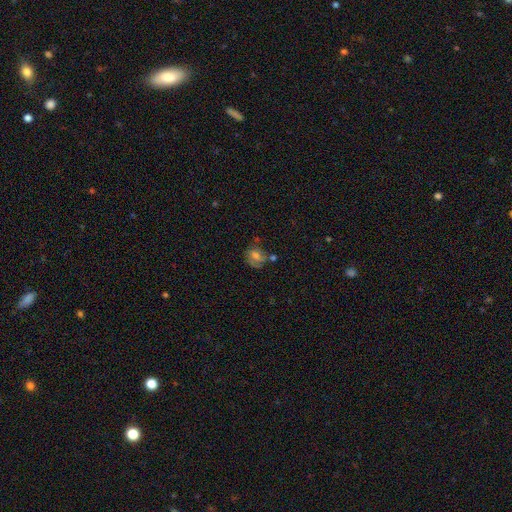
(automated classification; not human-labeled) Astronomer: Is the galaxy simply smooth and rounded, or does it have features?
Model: smooth — 56%.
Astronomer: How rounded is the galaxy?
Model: in between — 50% (runner-up: round, 48%).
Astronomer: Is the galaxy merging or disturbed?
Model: none — 50%.